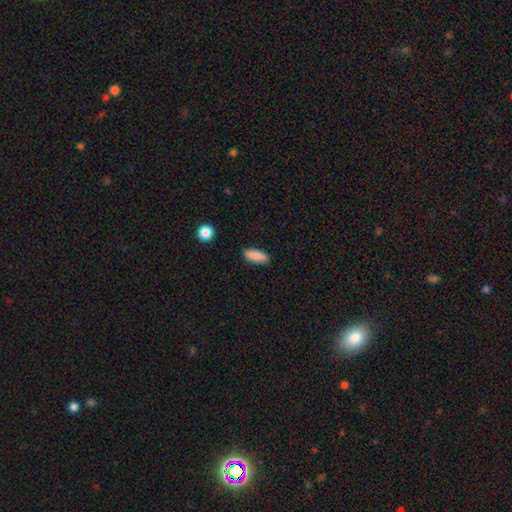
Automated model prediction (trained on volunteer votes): Q: Smooth or featured?
A: smooth (86%); runner-up: star or artifact (7%)
Q: How rounded?
A: in between (73%); runner-up: cigar-shaped (24%)
Q: Merging?
A: none (86%); runner-up: minor disturbance (11%)